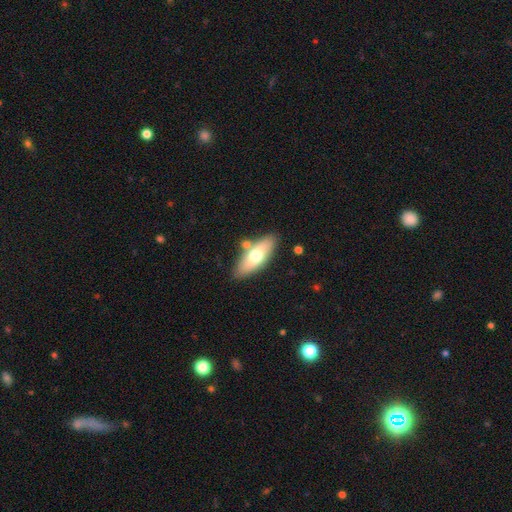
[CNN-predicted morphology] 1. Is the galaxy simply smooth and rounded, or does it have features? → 61% smooth, 33% featured or disk, 6% star or artifact.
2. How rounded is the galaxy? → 73% in between, 25% cigar-shaped, 3% round.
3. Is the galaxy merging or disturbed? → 77% none, 12% minor disturbance, 9% merger, 3% major disturbance.